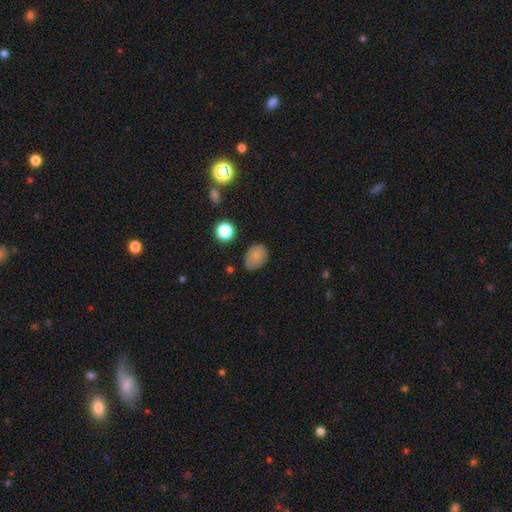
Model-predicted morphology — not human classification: Smooth or featured: smooth — 78% (star or artifact — 12%)
How rounded: in between — 74% (round — 25%)
Merging: none — 70% (minor disturbance — 23%)